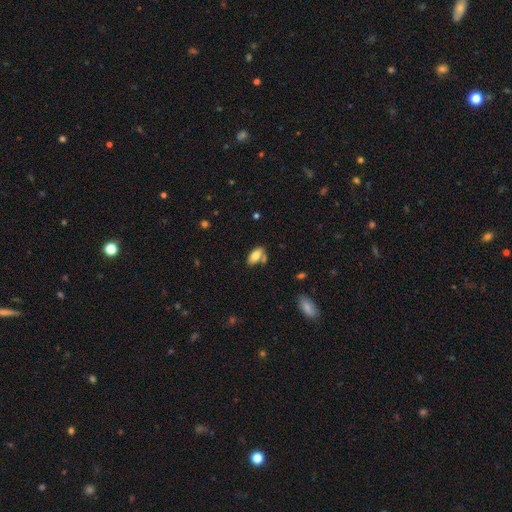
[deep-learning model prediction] smooth_or_featured: smooth (p=0.79) [alt: featured or disk p=0.14]
how_rounded: in between (p=0.91) [alt: cigar-shaped p=0.06]
merging: none (p=0.64) [alt: merger p=0.17]